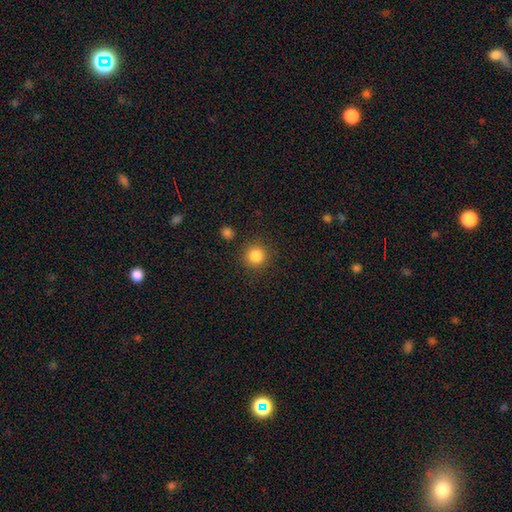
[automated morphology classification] This is clearly a smooth galaxy (85%). How rounded: clearly round (94%). Merging: clearly none (88%).